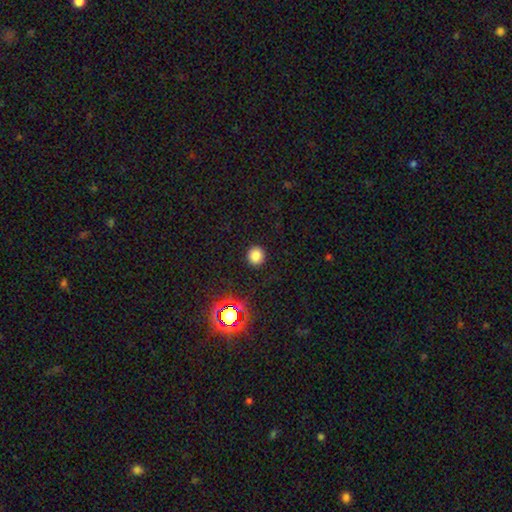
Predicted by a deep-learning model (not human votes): Morphology: type=smooth (79%); roundness=round (92%); merging=none (92%).